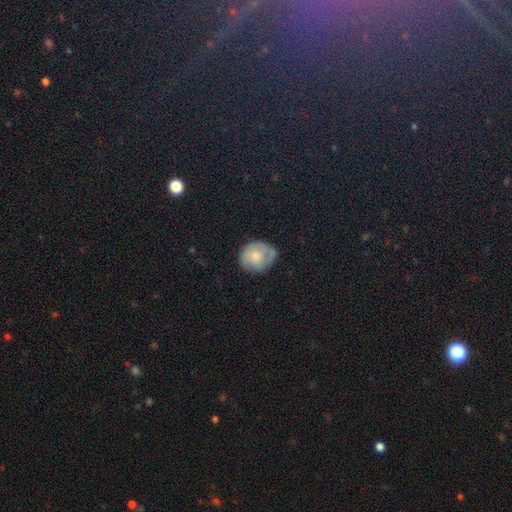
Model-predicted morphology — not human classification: Smooth or featured? Predicted: smooth (p=0.58). How rounded? Predicted: round (p=0.72). Merging? Predicted: none (p=0.64).